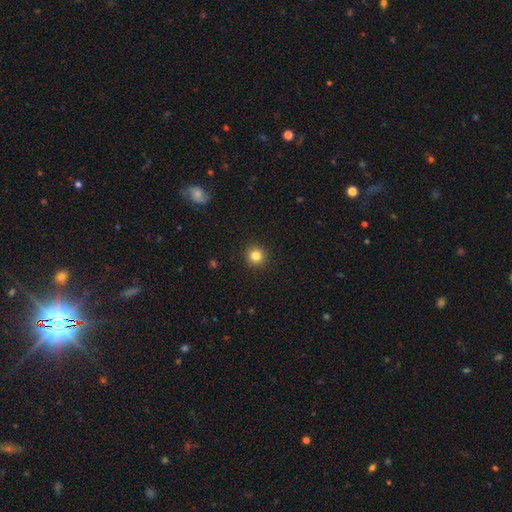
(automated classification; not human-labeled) smooth_or_featured: smooth (p=0.82) [alt: star or artifact p=0.12]
how_rounded: round (p=0.93) [alt: in between p=0.06]
merging: none (p=0.92) [alt: minor disturbance p=0.05]